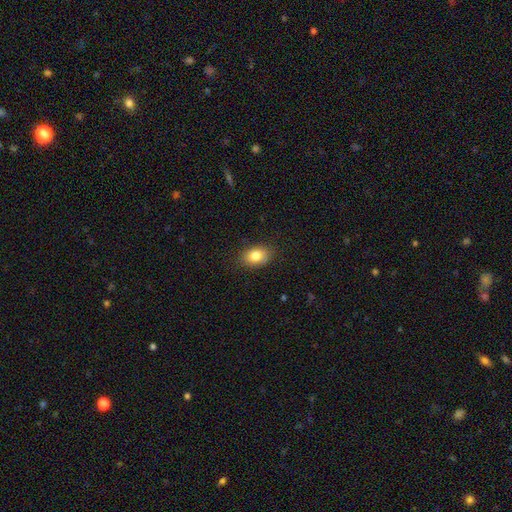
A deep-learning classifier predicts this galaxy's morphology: This is clearly a smooth galaxy (82%). How rounded: likely in between (78%). Merging: clearly none (84%).